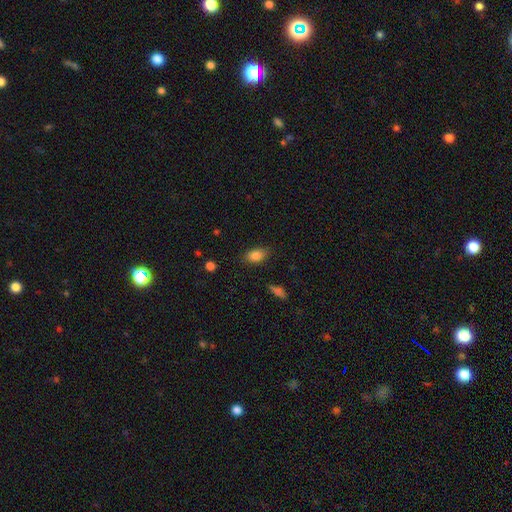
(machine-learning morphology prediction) smooth-or-featured: smooth: 83% | star or artifact: 9% | featured or disk: 8%
  how-rounded: in between: 86% | round: 10% | cigar-shaped: 4%
  merging: none: 82% | minor disturbance: 14% | major disturbance: 3% | merger: 1%